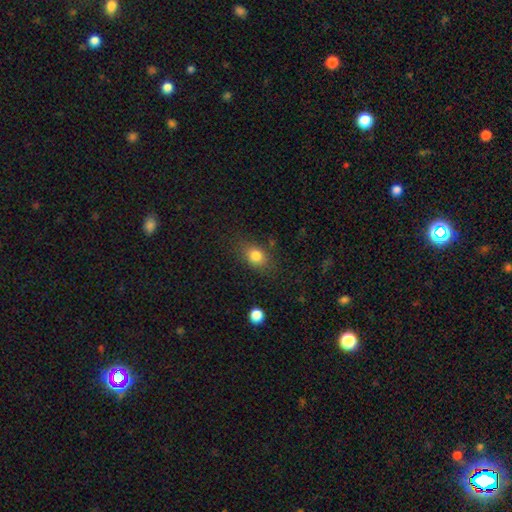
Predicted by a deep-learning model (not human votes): Morphology: type=smooth (81%); roundness=in between (64%); merging=none (75%).